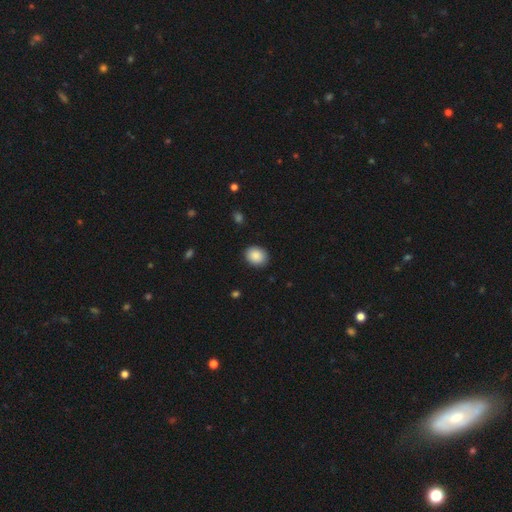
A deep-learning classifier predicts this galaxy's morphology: This appears to be a smooth galaxy with no disk features (89%) that is round (54%). Merging: none (88%).